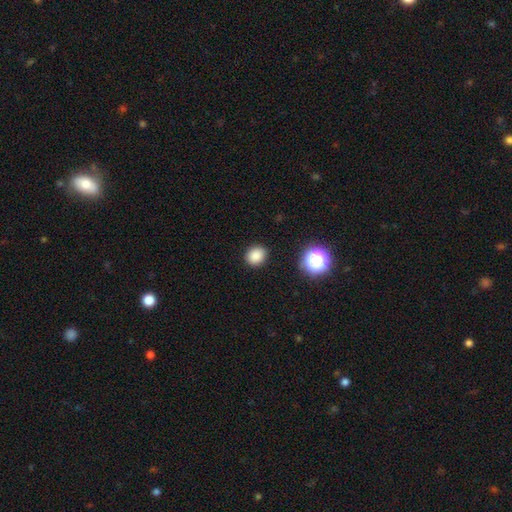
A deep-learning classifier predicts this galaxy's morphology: smooth 84%, star or artifact 12%, featured or disk 4%. Down the decision tree: how rounded — round (71%); merging — none (90%).